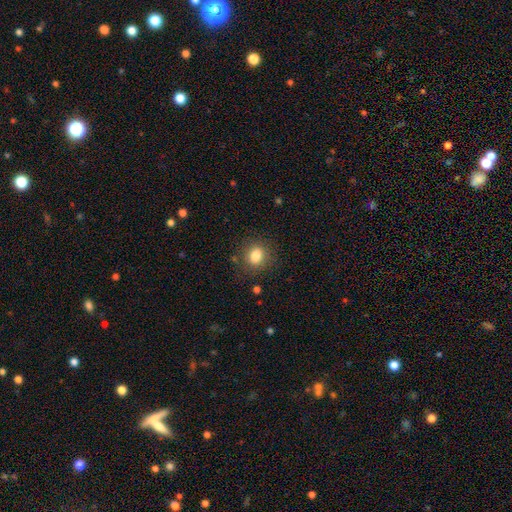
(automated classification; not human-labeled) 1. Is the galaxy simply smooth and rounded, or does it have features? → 82% smooth, 11% star or artifact, 7% featured or disk.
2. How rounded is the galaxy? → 73% round, 26% in between, 1% cigar-shaped.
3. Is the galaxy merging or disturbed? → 84% none, 11% minor disturbance, 4% major disturbance, 2% merger.